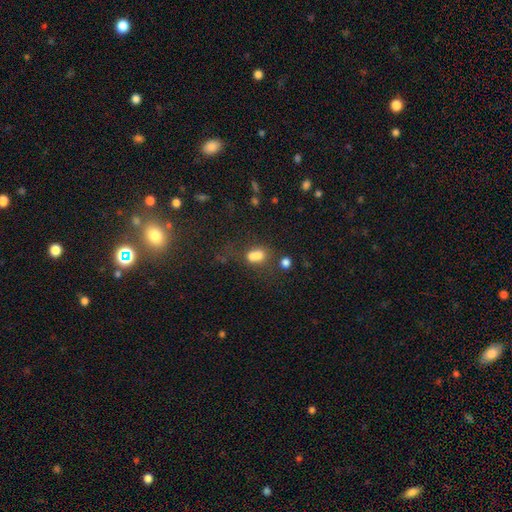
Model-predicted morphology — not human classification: Smooth or featured: smooth — 70% (featured or disk — 15%)
How rounded: in between — 52% (round — 46%)
Merging: merger — 55% (none — 28%)